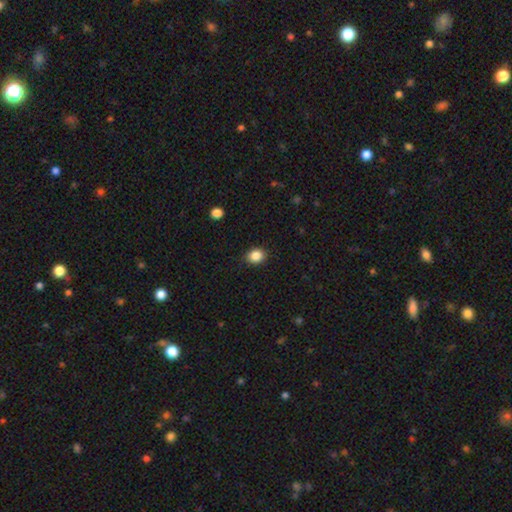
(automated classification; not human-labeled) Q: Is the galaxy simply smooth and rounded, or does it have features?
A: smooth — 86%.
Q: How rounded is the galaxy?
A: round — 54%.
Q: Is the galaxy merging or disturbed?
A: none — 87%.